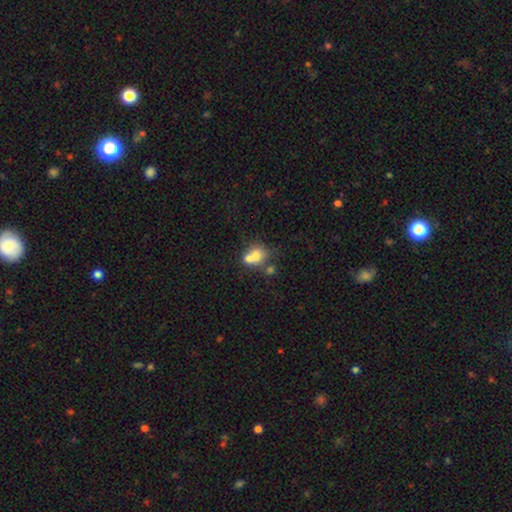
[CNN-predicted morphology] Smooth or featured? Predicted: smooth (p=0.67). How rounded? Predicted: round (p=0.66). Merging? Predicted: merger (p=0.60).